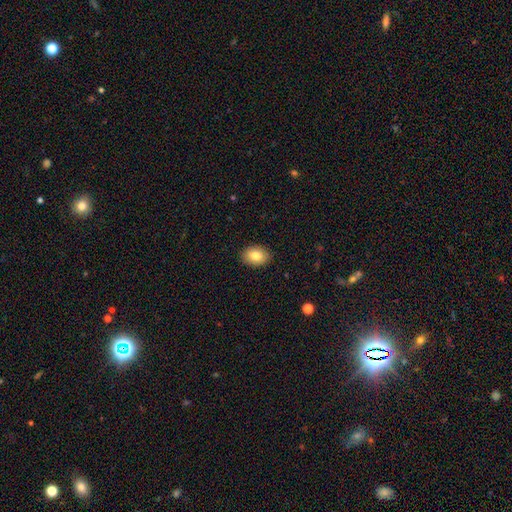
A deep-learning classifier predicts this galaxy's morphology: smooth-or-featured: smooth: 82% | featured or disk: 10% | star or artifact: 8%
  how-rounded: in between: 74% | round: 25% | cigar-shaped: 1%
  merging: none: 90% | minor disturbance: 7% | major disturbance: 2% | merger: 1%